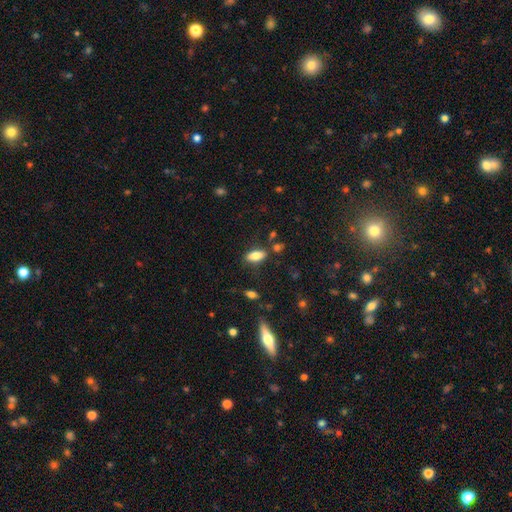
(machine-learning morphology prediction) smooth-or-featured: smooth: 79% | featured or disk: 13% | star or artifact: 8%
  how-rounded: in between: 85% | cigar-shaped: 12% | round: 3%
  merging: none: 79% | minor disturbance: 13% | merger: 4% | major disturbance: 4%